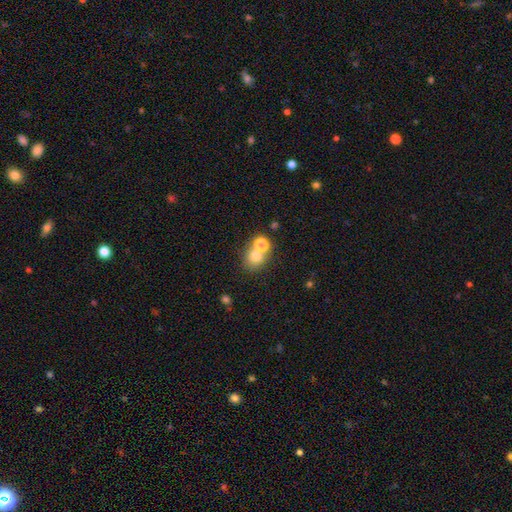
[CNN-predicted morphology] The model was most divided on "merging": none: 47%, merger: 42%, minor disturbance: 7%, major disturbance: 4%. More confident: how rounded — round (73%); smooth or featured — smooth (73%).